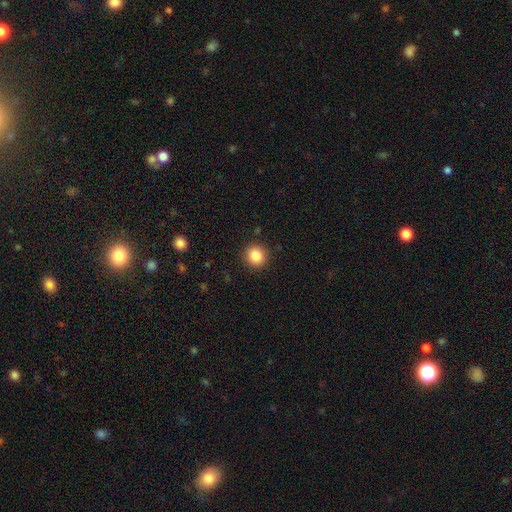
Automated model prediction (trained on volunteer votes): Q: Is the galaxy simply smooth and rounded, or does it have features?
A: smooth — 85%.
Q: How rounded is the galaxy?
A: round — 90%.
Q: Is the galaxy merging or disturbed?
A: none — 91%.